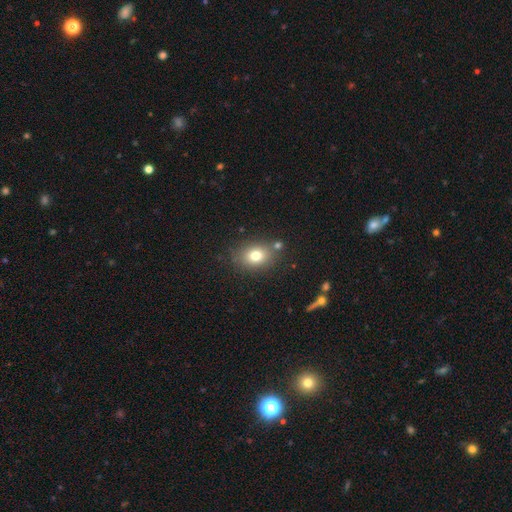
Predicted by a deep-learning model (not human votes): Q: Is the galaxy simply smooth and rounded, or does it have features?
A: smooth — 75%.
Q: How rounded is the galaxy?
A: in between — 57%.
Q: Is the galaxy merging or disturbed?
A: none — 77%.